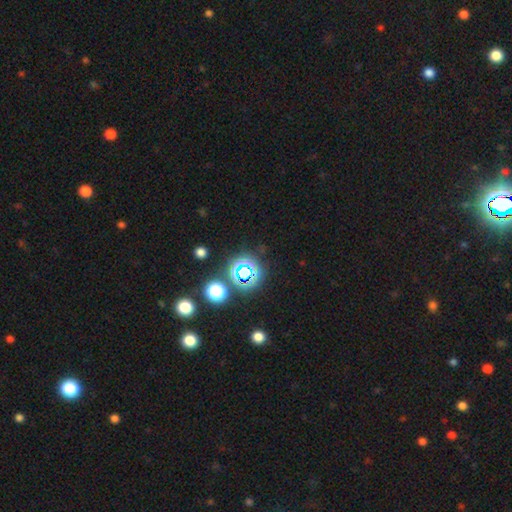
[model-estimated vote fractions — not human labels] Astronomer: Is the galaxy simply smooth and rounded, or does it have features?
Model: star or artifact — 56% (runner-up: smooth, 36%).